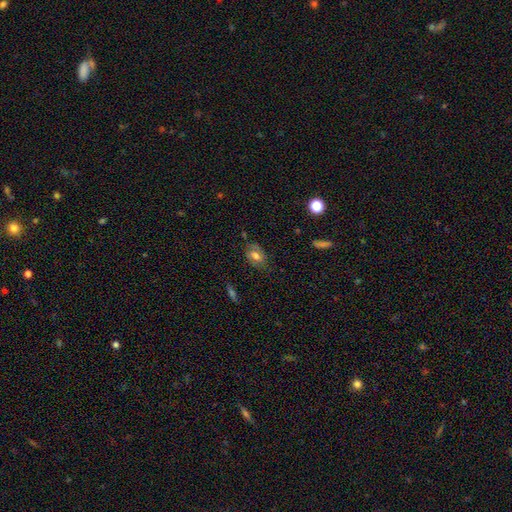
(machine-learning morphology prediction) Smooth or featured? Predicted: smooth (p=0.61). How rounded? Predicted: in between (p=0.80). Merging? Predicted: none (p=0.68).